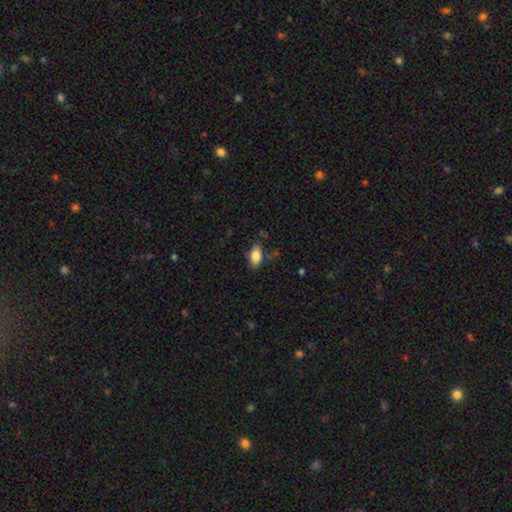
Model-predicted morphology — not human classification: smooth-or-featured: smooth: 82% | featured or disk: 11% | star or artifact: 7%
  how-rounded: in between: 89% | cigar-shaped: 6% | round: 5%
  merging: none: 73% | minor disturbance: 19% | major disturbance: 4% | merger: 3%